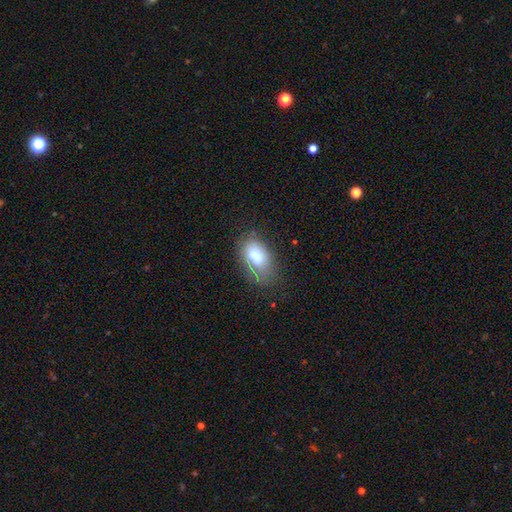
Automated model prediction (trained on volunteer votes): Smooth or featured: smooth — 74% (featured or disk — 17%)
How rounded: in between — 92% (round — 6%)
Merging: none — 53% (minor disturbance — 30%)